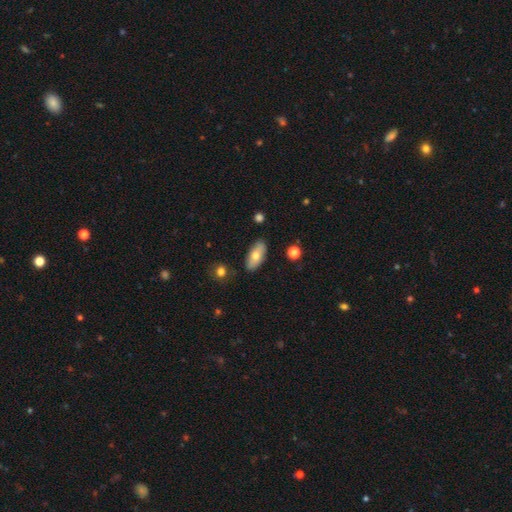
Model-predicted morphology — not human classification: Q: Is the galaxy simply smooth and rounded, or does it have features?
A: smooth — 70%.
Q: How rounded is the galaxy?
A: in between — 86%.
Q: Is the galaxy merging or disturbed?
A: none — 85%.